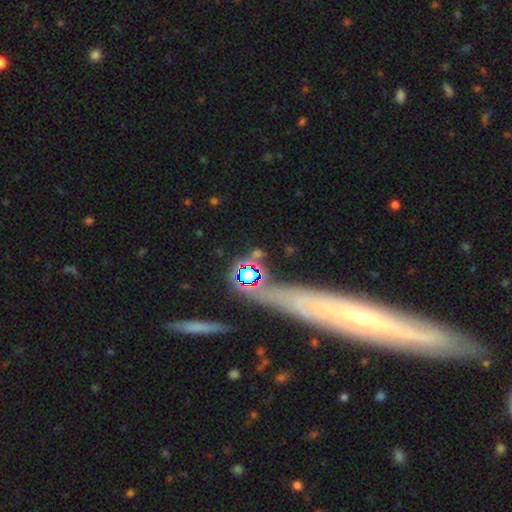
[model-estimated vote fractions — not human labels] smooth_or_featured: star or artifact (p=0.41) [alt: smooth p=0.36]